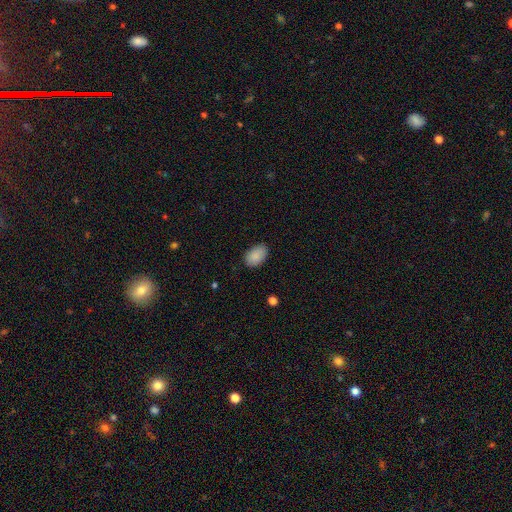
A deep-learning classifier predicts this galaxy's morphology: Smooth or featured? Predicted: smooth (p=0.89). How rounded? Predicted: in between (p=0.90). Merging? Predicted: none (p=0.85).